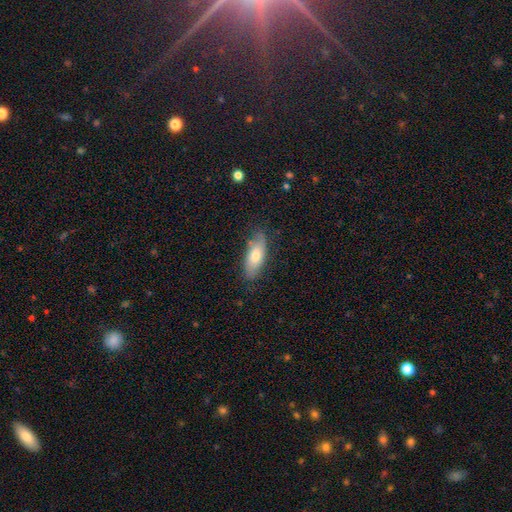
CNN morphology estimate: A smooth galaxy with no disk features (69%) that is in between round and cigar-shaped (73%). Merging: none (76%).